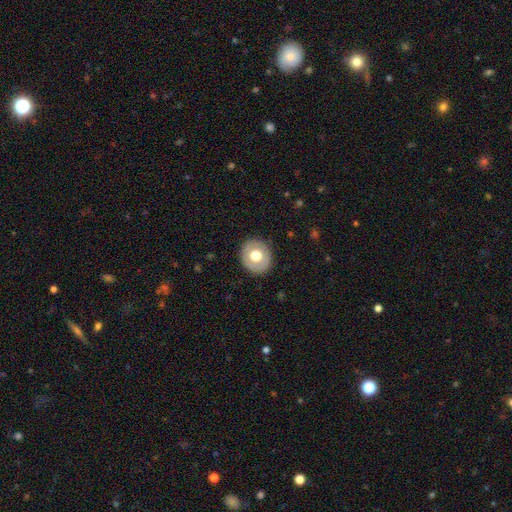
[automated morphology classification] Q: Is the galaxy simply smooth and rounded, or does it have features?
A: smooth — 62%.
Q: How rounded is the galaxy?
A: round — 78%.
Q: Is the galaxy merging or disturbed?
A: none — 87%.